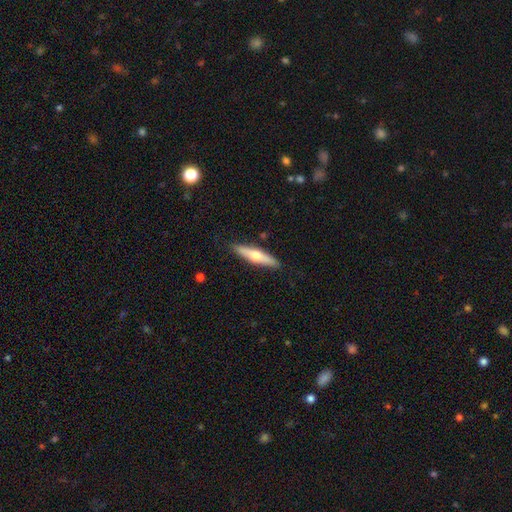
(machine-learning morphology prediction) Smooth or featured: featured or disk — 52% (smooth — 43%)
Edge-on disk: yes — 92% (no — 8%)
Merging: none — 89% (minor disturbance — 8%)